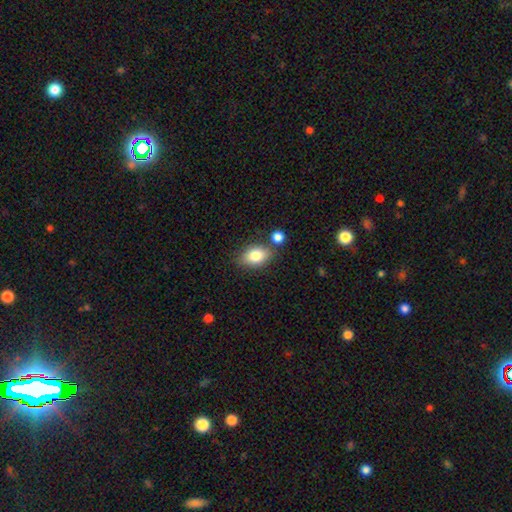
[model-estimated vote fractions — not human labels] Smooth or featured? smooth (81%)
How rounded? in between (84%)
Merging? none (69%)